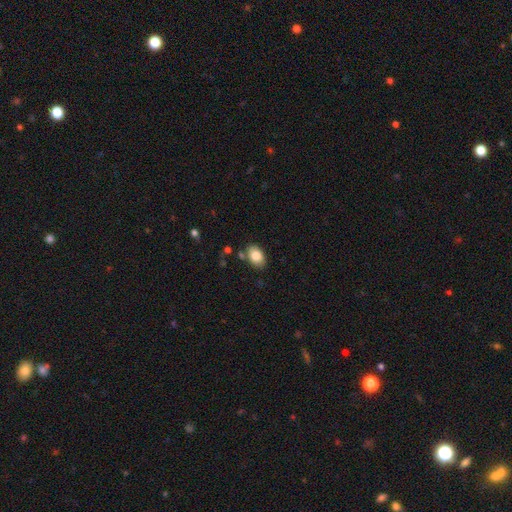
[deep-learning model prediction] Smooth or featured? Predicted: smooth (p=0.84). How rounded? Predicted: in between (p=0.83). Merging? Predicted: none (p=0.78).